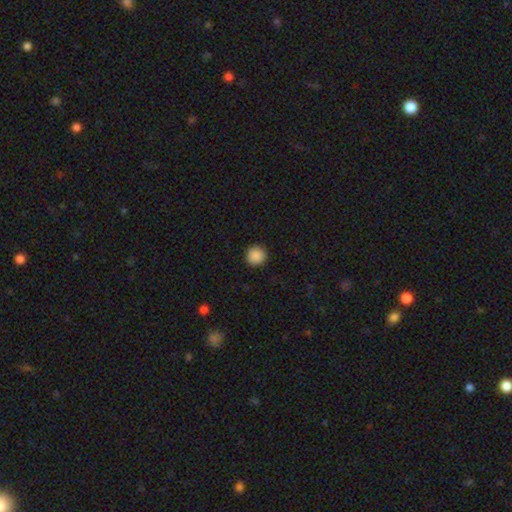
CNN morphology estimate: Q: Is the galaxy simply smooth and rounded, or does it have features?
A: smooth — 89%.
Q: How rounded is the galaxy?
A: round — 95%.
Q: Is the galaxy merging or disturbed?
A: none — 92%.